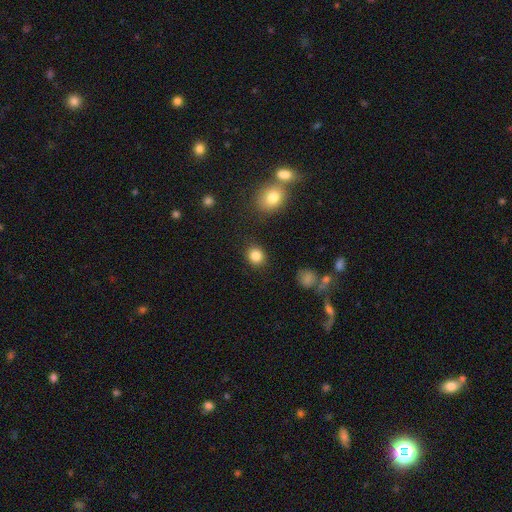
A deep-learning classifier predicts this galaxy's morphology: Smooth or featured?
  - smooth: 84% *
  - star or artifact: 11%
  - featured or disk: 5%
How rounded?
  - round: 75% *
  - in between: 24%
  - cigar-shaped: 1%
Merging?
  - none: 89% *
  - minor disturbance: 7%
  - major disturbance: 2%
  - merger: 2%